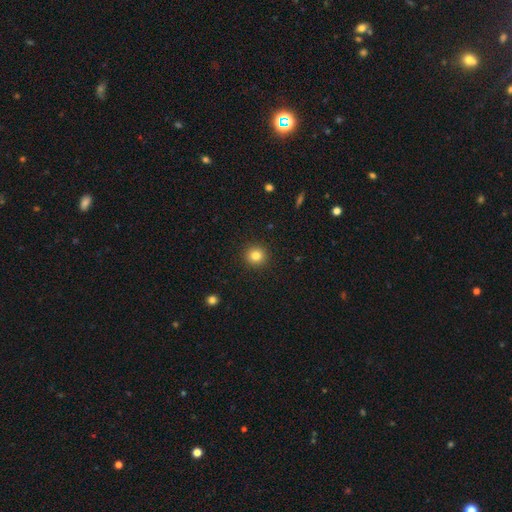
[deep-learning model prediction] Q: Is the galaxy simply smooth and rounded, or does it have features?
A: smooth — 83%.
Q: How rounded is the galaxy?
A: round — 94%.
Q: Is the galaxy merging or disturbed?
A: none — 93%.